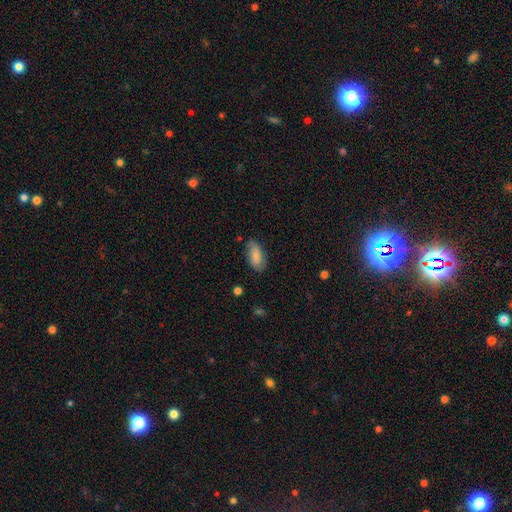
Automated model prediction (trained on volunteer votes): smooth 77%, featured or disk 17%, star or artifact 7%. Down the decision tree: how rounded — in between (91%); merging — none (77%).